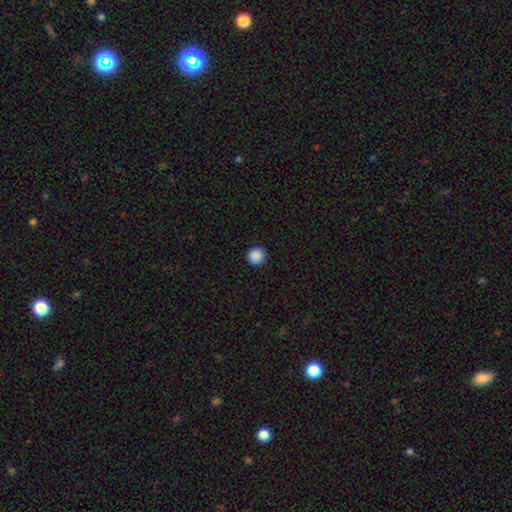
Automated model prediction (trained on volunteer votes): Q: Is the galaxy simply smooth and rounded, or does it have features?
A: smooth — 89%.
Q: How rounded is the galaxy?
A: round — 94%.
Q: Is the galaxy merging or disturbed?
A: none — 93%.